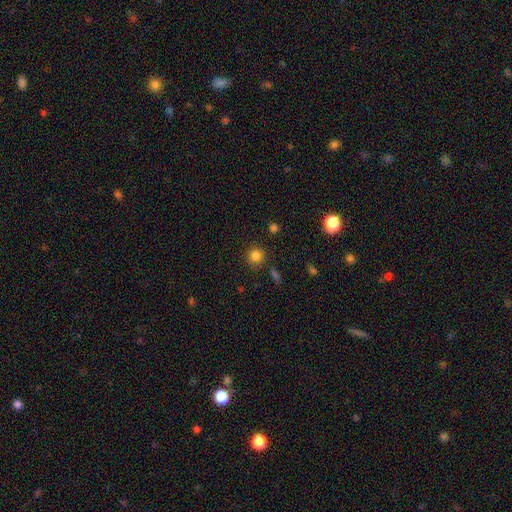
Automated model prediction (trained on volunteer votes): smooth_or_featured: smooth (p=0.82) [alt: star or artifact p=0.13]
how_rounded: round (p=0.91) [alt: in between p=0.08]
merging: none (p=0.88) [alt: minor disturbance p=0.07]